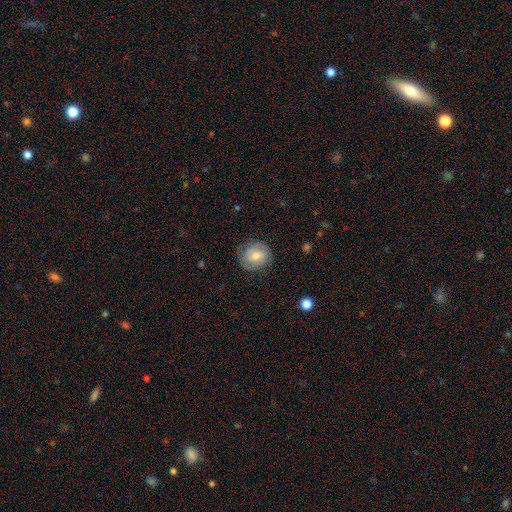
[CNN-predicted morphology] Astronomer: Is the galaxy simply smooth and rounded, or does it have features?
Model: featured or disk — 48% (runner-up: smooth, 44%).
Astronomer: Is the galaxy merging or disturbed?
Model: none — 79%.